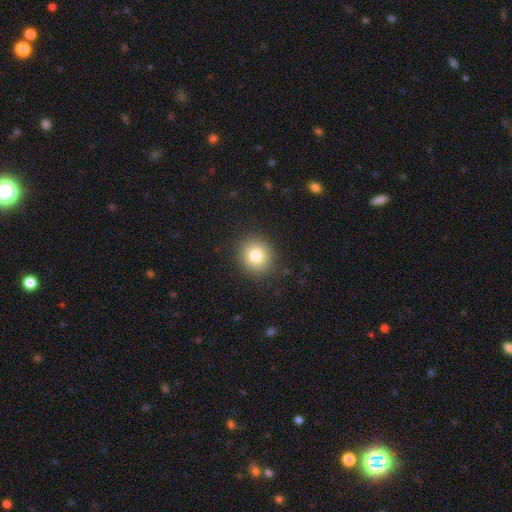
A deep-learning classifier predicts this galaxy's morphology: Smooth or featured? smooth (81%)
How rounded? round (85%)
Merging? none (89%)